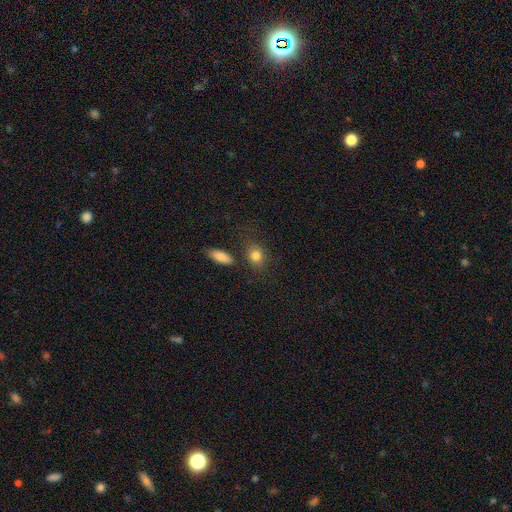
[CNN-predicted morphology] Smooth or featured? Predicted: smooth (p=0.82). How rounded? Predicted: in between (p=0.54). Merging? Predicted: none (p=0.71).